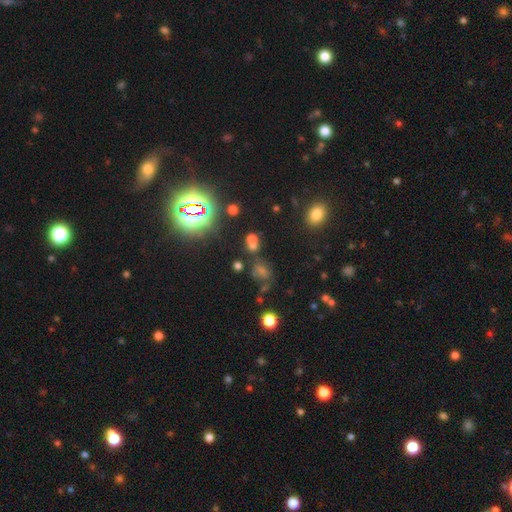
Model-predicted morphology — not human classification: This is likely a star or artifact rather than a galaxy (70%).